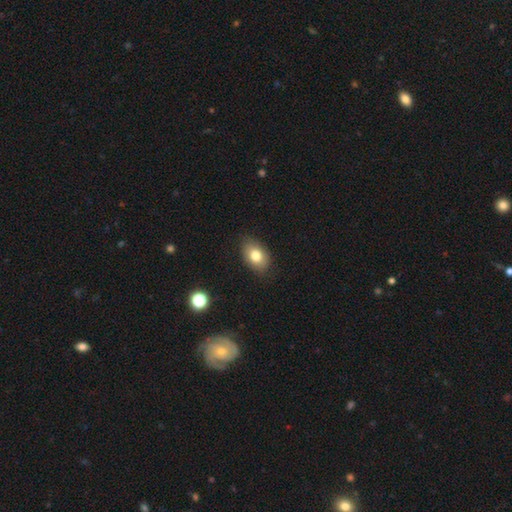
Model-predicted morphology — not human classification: A smooth galaxy with no disk features (79%) that is in between round and cigar-shaped (83%). Merging: none (82%).